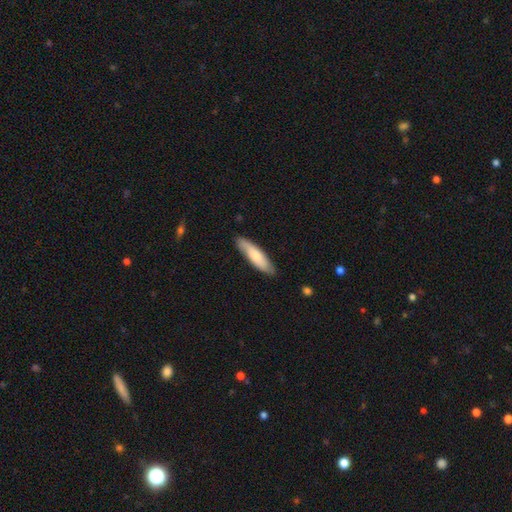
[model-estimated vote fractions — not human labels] Smooth or featured?
  - smooth: 66% *
  - featured or disk: 29%
  - star or artifact: 5%
How rounded?
  - cigar-shaped: 61% *
  - in between: 38%
  - round: 2%
Merging?
  - none: 81% *
  - minor disturbance: 15%
  - major disturbance: 2%
  - merger: 1%